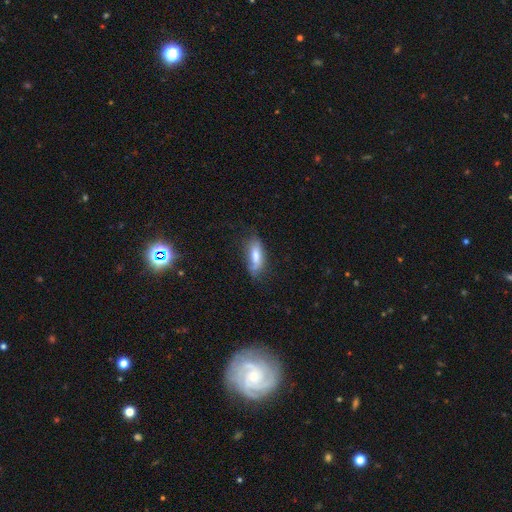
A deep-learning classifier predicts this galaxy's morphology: Smooth or featured?
  - smooth: 66% *
  - featured or disk: 25%
  - star or artifact: 9%
How rounded?
  - in between: 71% *
  - cigar-shaped: 26%
  - round: 3%
Merging?
  - none: 54% *
  - minor disturbance: 28%
  - major disturbance: 10%
  - merger: 7%